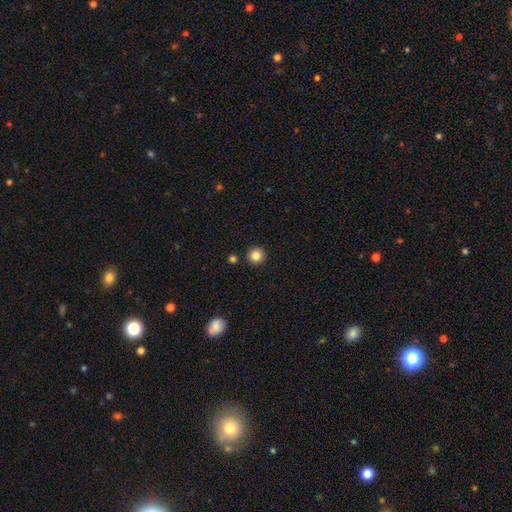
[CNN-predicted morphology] smooth-or-featured: smooth: 84% | star or artifact: 11% | featured or disk: 5%
  how-rounded: round: 96% | in between: 3% | cigar-shaped: 1%
  merging: none: 91% | minor disturbance: 5% | merger: 3% | major disturbance: 2%